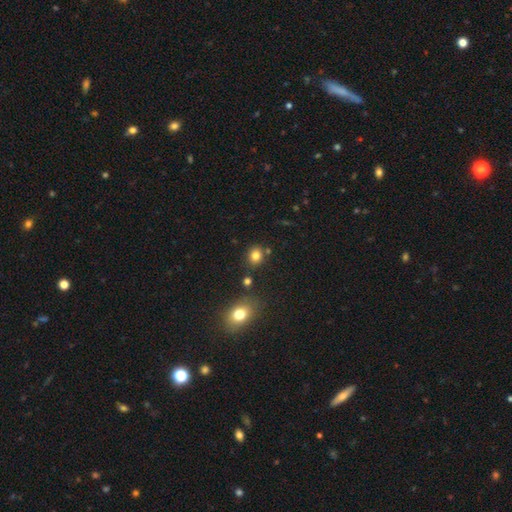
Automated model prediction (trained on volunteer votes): A smooth galaxy with no disk features (80%) that is round (73%). Merging: none (80%).